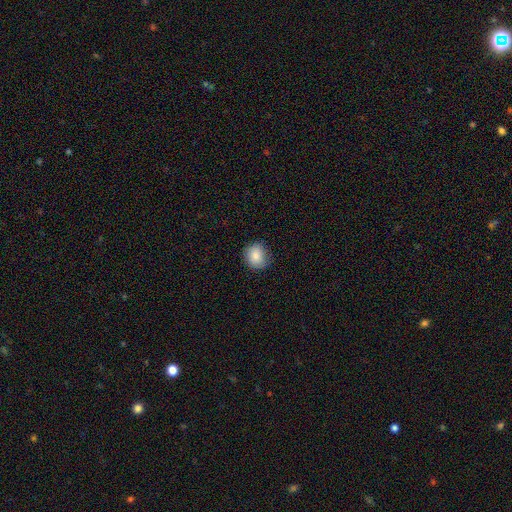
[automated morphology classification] This is clearly a smooth galaxy (84%). How rounded: likely round (80%). Merging: clearly none (81%).